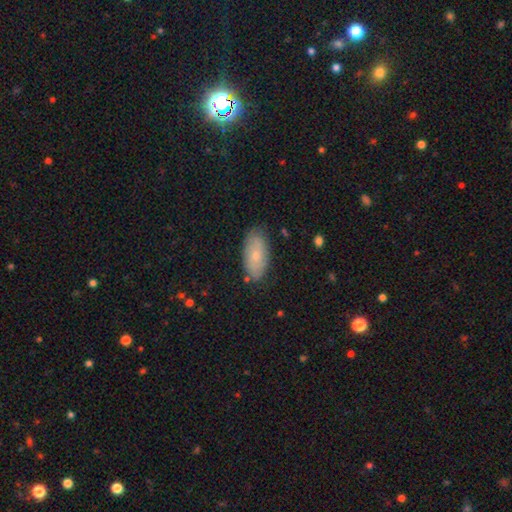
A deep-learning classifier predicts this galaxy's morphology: Overall: smooth (71%). How rounded: in between (92%). Merging: none (81%).